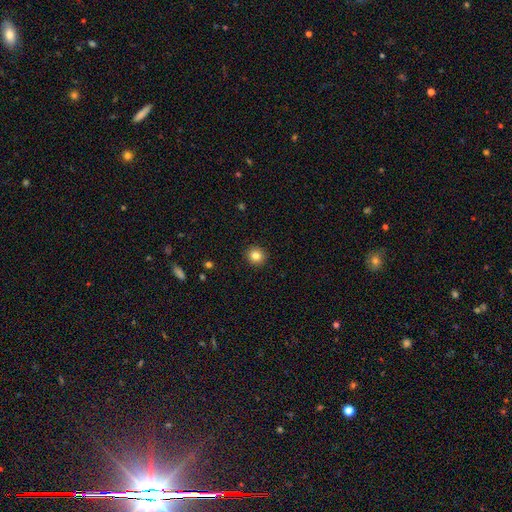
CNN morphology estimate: Q: Smooth or featured?
A: smooth (83%); runner-up: star or artifact (11%)
Q: How rounded?
A: round (93%); runner-up: in between (6%)
Q: Merging?
A: none (93%); runner-up: minor disturbance (5%)